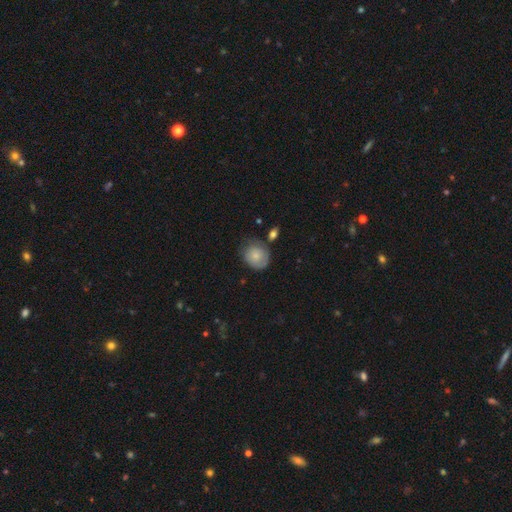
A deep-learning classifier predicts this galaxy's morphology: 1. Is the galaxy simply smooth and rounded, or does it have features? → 70% smooth, 23% featured or disk, 7% star or artifact.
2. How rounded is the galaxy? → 72% round, 27% in between, 1% cigar-shaped.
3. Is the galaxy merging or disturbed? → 57% none, 28% minor disturbance, 9% major disturbance, 6% merger.